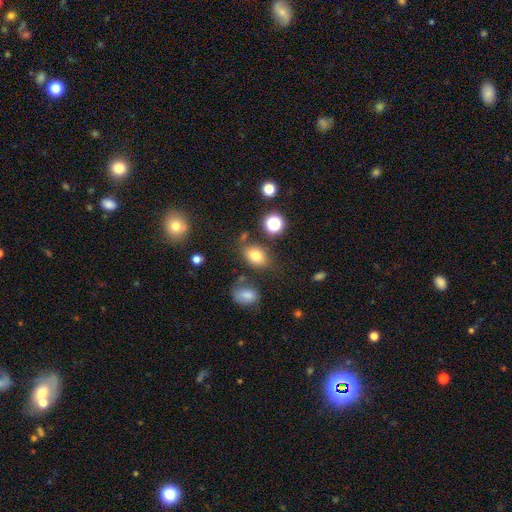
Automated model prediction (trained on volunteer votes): A smooth galaxy with no disk features (76%) that is in between round and cigar-shaped (73%).

Vote fractions:
- Smooth or featured? smooth: 76% / star or artifact: 13% / featured or disk: 10%
- How rounded? in between: 73% / round: 25% / cigar-shaped: 1%
- Merging? none: 73% / minor disturbance: 15% / merger: 7% / major disturbance: 5%